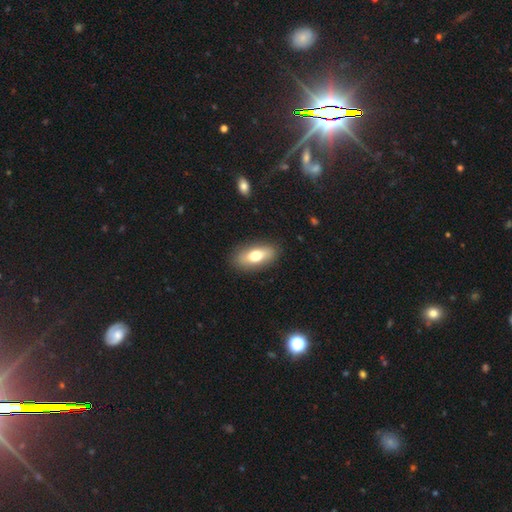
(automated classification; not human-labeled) A smooth galaxy with no disk features (68%) that is in between round and cigar-shaped (85%).

Vote fractions:
- Smooth or featured? smooth: 68% / featured or disk: 25% / star or artifact: 7%
- How rounded? in between: 85% / cigar-shaped: 9% / round: 6%
- Merging? none: 87% / minor disturbance: 9% / major disturbance: 3% / merger: 1%